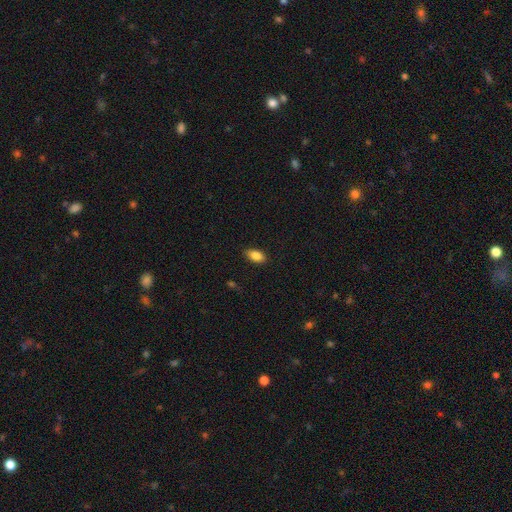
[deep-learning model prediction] A smooth galaxy with no disk features (87%) that is in between round and cigar-shaped (92%).

Vote fractions:
- Smooth or featured? smooth: 87% / star or artifact: 8% / featured or disk: 5%
- How rounded? in between: 92% / round: 5% / cigar-shaped: 3%
- Merging? none: 86% / minor disturbance: 11% / major disturbance: 2% / merger: 1%